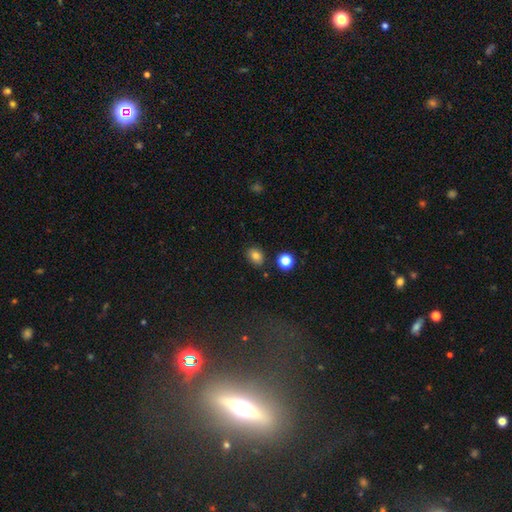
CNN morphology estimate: Smooth or featured?
  - smooth: 80% *
  - star or artifact: 12%
  - featured or disk: 8%
How rounded?
  - in between: 65% *
  - round: 34%
  - cigar-shaped: 1%
Merging?
  - none: 83% *
  - minor disturbance: 11%
  - merger: 4%
  - major disturbance: 3%